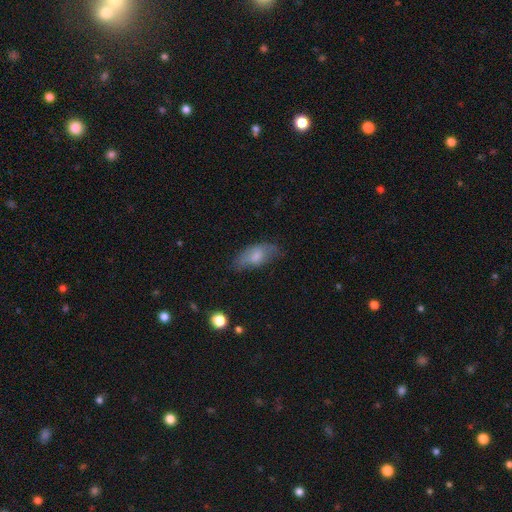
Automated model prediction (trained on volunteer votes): Morphology: type=smooth (71%); roundness=in between (87%); merging=none (59%).